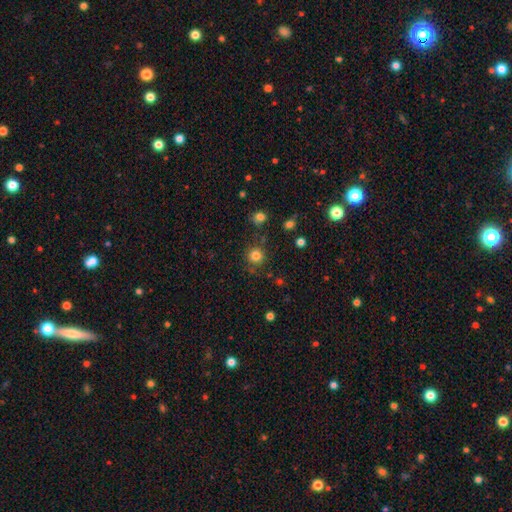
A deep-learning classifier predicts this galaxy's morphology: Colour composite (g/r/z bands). It shows a smooth galaxy with no disk features (81%) that is round (93%). Merging: none (83%).